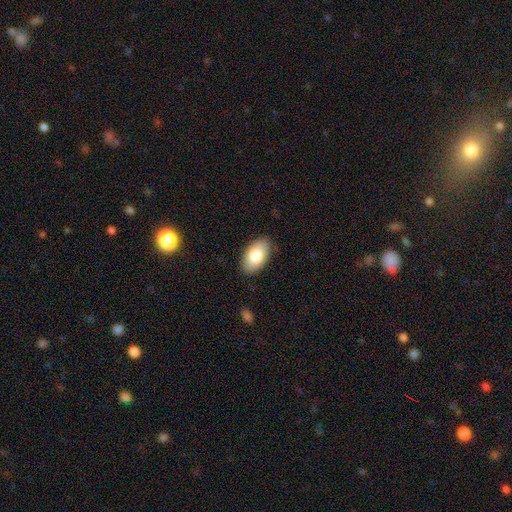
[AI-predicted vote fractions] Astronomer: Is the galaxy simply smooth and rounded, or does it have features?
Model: smooth — 81%.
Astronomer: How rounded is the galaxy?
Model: in between — 95%.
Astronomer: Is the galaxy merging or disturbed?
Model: none — 86%.